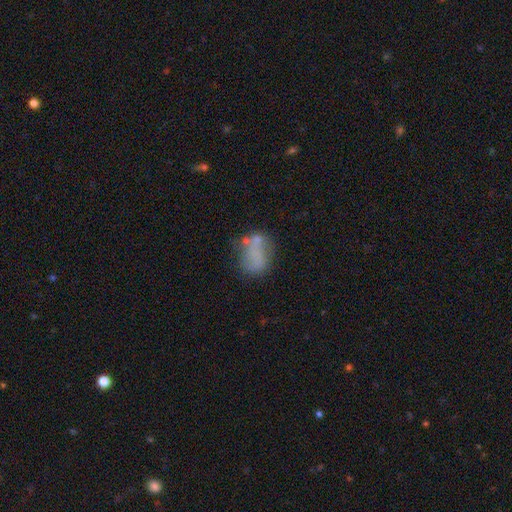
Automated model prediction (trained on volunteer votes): smooth_or_featured: smooth (p=0.59) [alt: featured or disk p=0.30]
how_rounded: in between (p=0.78) [alt: round p=0.20]
merging: none (p=0.40) [alt: minor disturbance p=0.24]